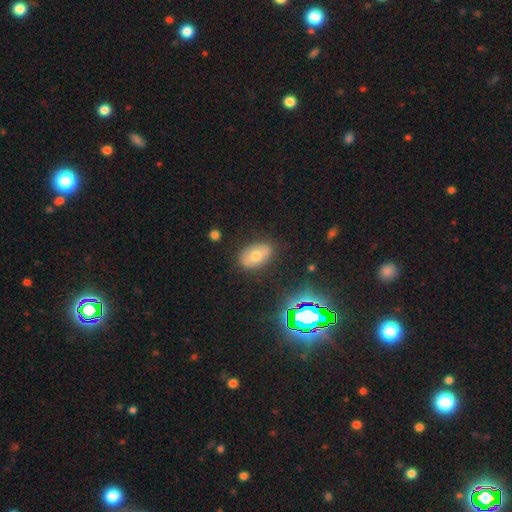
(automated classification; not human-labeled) This is likely a smooth galaxy (62%). How rounded: clearly in between (87%). Merging: clearly none (81%).